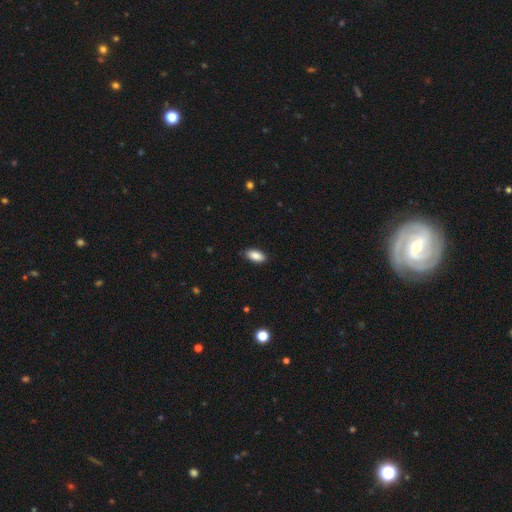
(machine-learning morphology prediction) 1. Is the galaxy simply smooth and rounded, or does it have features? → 88% smooth, 7% star or artifact, 5% featured or disk.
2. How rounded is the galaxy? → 91% in between, 6% cigar-shaped, 2% round.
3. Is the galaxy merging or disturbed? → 86% none, 11% minor disturbance, 2% major disturbance, 1% merger.